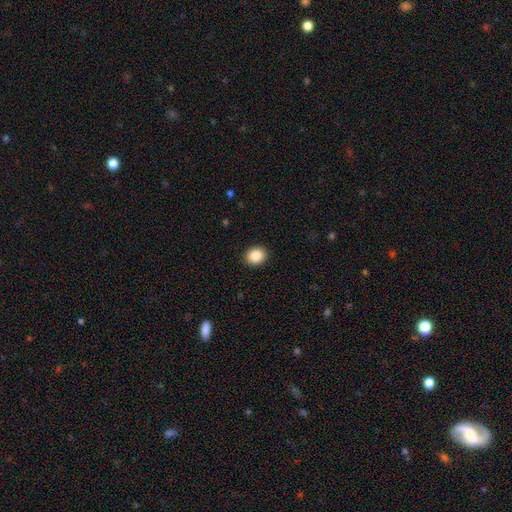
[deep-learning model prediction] A smooth galaxy with no disk features (87%) that is round (63%). Merging: none (91%).